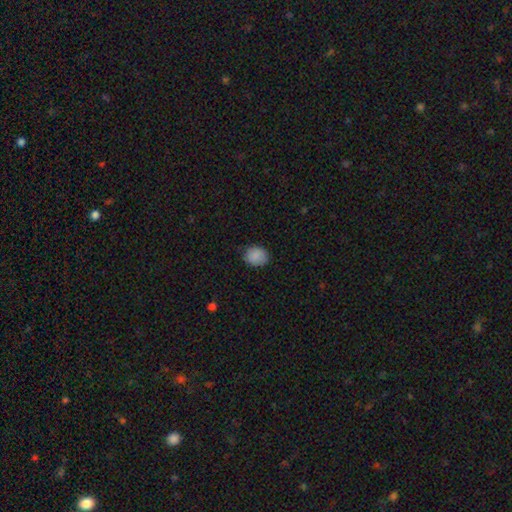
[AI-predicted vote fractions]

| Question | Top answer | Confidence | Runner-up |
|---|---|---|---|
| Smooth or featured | smooth | 87% | star or artifact (8%) |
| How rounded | round | 58% | in between (42%) |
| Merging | none | 82% | minor disturbance (14%) |